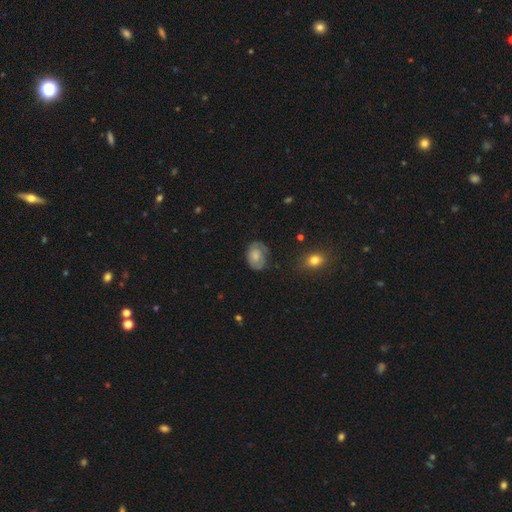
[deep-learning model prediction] Morphology: type=smooth (55%); roundness=in between (75%); merging=none (59%).